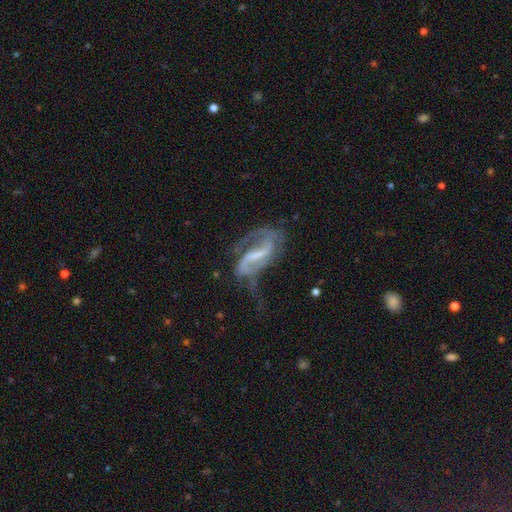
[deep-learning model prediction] Morphology: type=featured or disk (84%); edge-on=no (95%); bar=strong (48%); spiral arms=yes (92%); winding=loose (50%); arm count=2 (82%); bulge=small (43%); merging=none (42%).